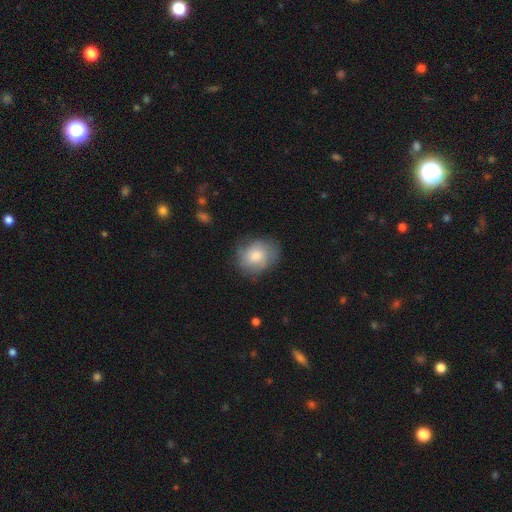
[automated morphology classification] smooth_or_featured: smooth (p=0.68) [alt: featured or disk p=0.25]
how_rounded: round (p=0.54) [alt: in between p=0.45]
merging: none (p=0.68) [alt: minor disturbance p=0.22]